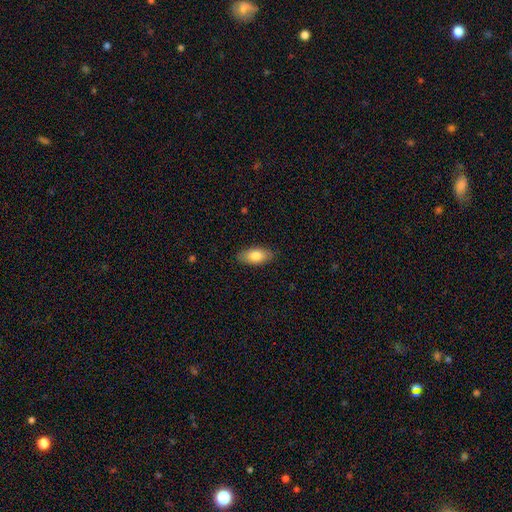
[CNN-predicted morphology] type=smooth (81%); roundness=in between (91%); merging=none (86%).